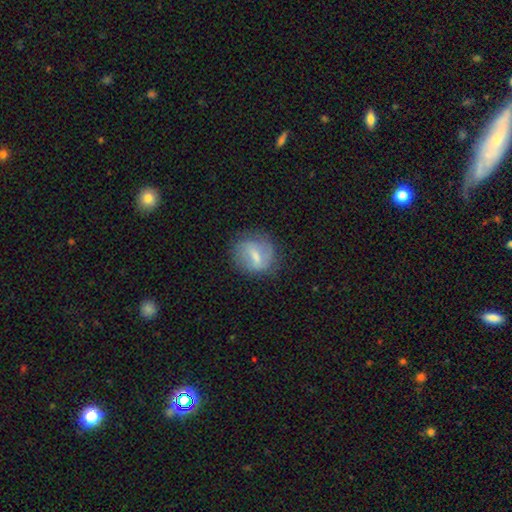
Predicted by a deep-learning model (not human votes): A featured or disk galaxy (46%). Merging: none (68%).